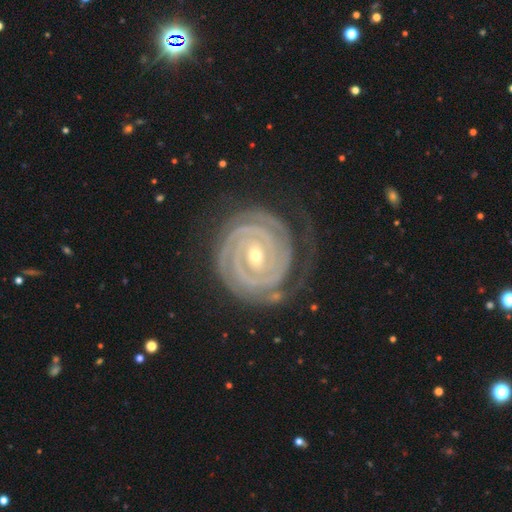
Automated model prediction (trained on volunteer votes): A featured or disk galaxy (92%) with a weak bar (37%), 2 (58%) tight (90%) spiral arms (99%) and a small central bulge (57%). Merging: none (73%).